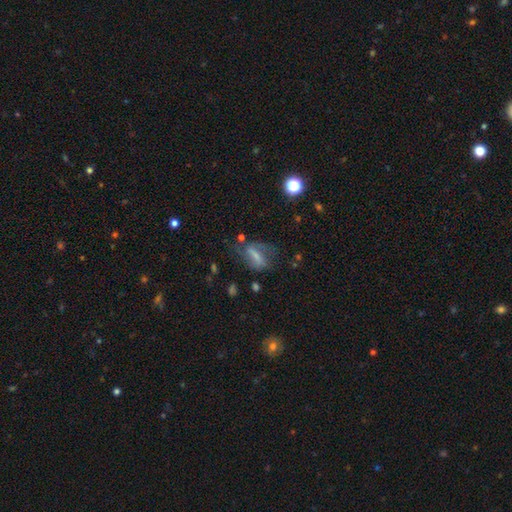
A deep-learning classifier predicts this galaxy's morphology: smooth_or_featured: smooth (p=0.48) [alt: featured or disk p=0.41]
merging: none (p=0.44) [alt: major disturbance p=0.26]